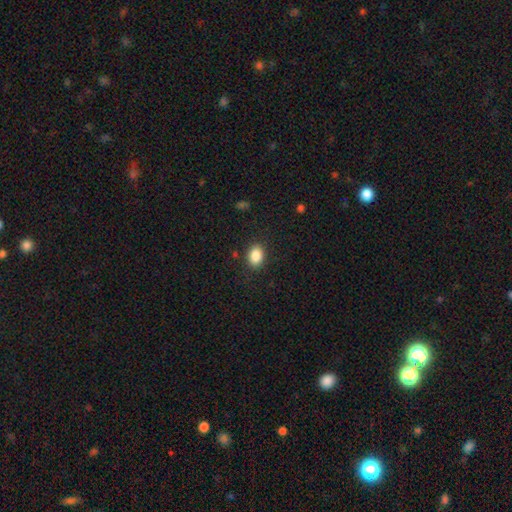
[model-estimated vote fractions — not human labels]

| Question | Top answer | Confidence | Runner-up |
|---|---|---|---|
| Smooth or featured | smooth | 87% | star or artifact (9%) |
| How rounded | in between | 71% | round (28%) |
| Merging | none | 87% | minor disturbance (9%) |